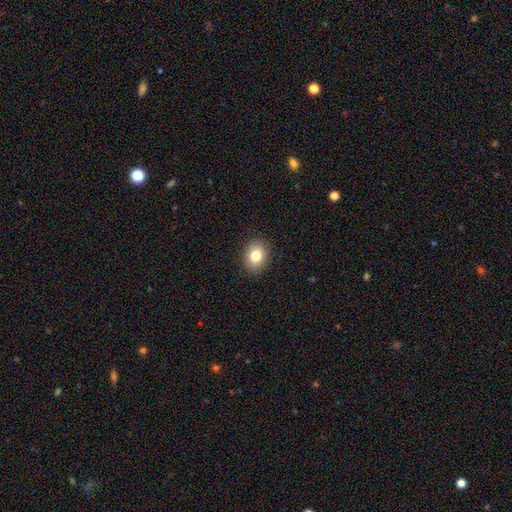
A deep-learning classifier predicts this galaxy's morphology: Q: Smooth or featured?
A: smooth (81%); runner-up: featured or disk (9%)
Q: How rounded?
A: in between (57%); runner-up: round (42%)
Q: Merging?
A: none (89%); runner-up: minor disturbance (8%)